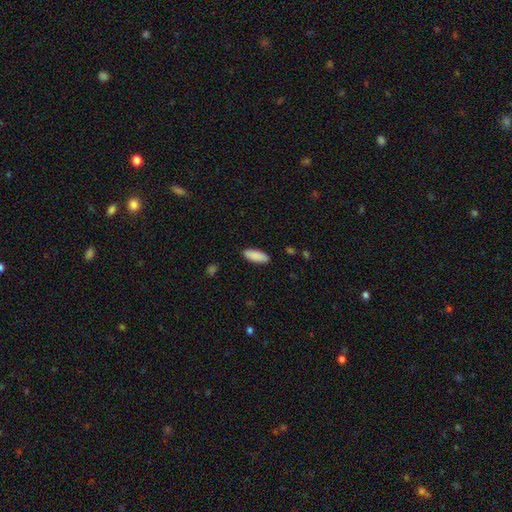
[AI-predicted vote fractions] smooth_or_featured: smooth (p=0.90) [alt: star or artifact p=0.06]
how_rounded: in between (p=0.76) [alt: cigar-shaped p=0.23]
merging: none (p=0.89) [alt: minor disturbance p=0.08]